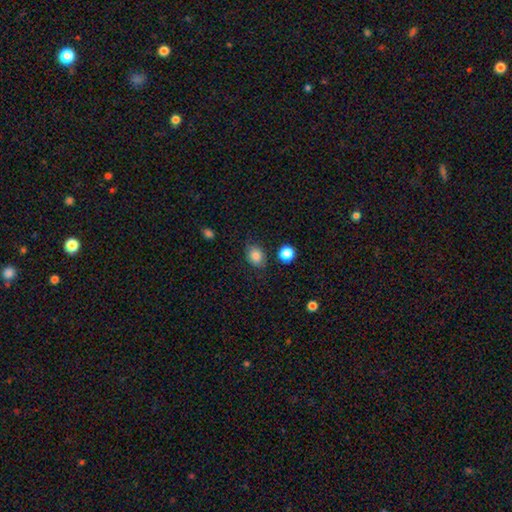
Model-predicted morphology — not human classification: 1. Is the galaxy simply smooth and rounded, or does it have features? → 85% smooth, 10% star or artifact, 6% featured or disk.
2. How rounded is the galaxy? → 53% in between, 46% round, 1% cigar-shaped.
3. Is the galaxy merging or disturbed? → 77% none, 16% minor disturbance, 4% major disturbance, 3% merger.